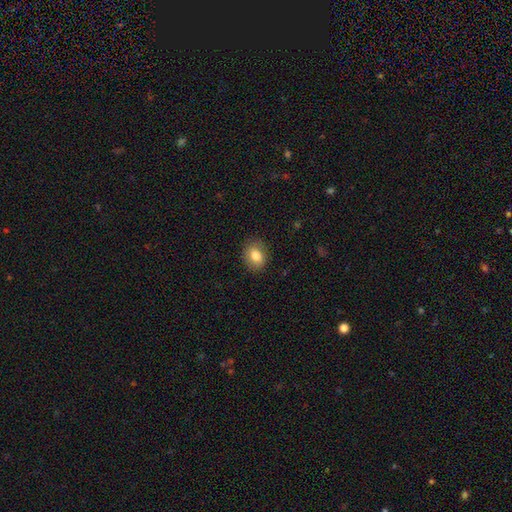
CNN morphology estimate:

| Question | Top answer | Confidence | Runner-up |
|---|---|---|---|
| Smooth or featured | smooth | 82% | featured or disk (9%) |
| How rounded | in between | 50% | round (49%) |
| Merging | none | 86% | minor disturbance (10%) |